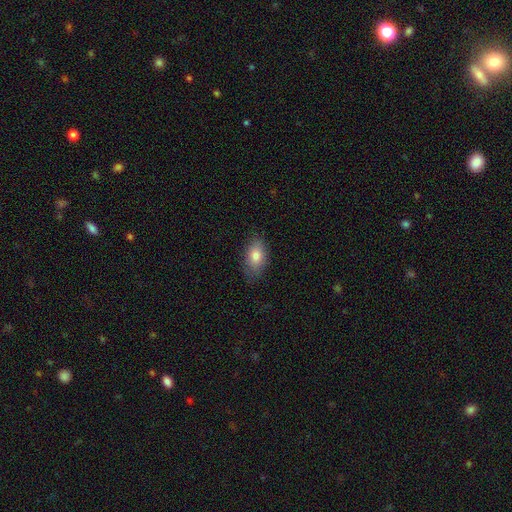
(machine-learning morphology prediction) This appears to be a smooth galaxy with no disk features (80%) that is in between round and cigar-shaped (89%). Merging: none (80%).